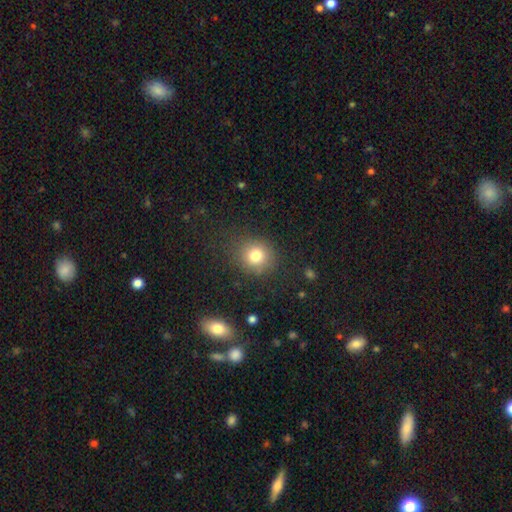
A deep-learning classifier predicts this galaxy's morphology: Smooth or featured? Predicted: smooth (p=0.79). How rounded? Predicted: round (p=0.82). Merging? Predicted: none (p=0.81).